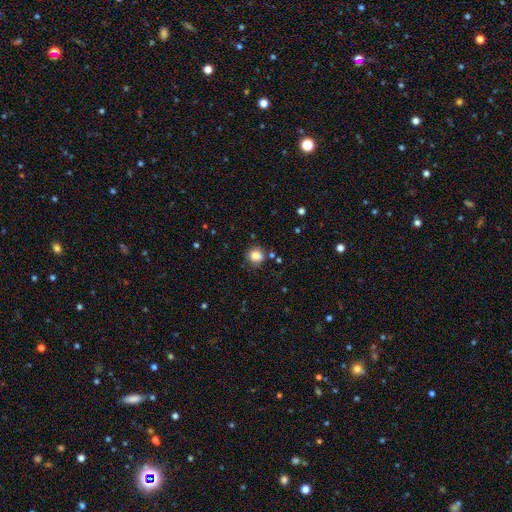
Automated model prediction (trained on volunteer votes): smooth_or_featured: smooth (p=0.83) [alt: star or artifact p=0.11]
how_rounded: round (p=0.82) [alt: in between p=0.17]
merging: none (p=0.76) [alt: minor disturbance p=0.15]